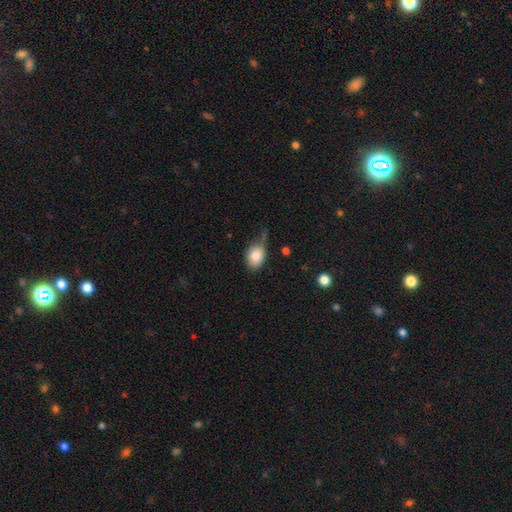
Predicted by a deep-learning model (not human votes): This is clearly a smooth galaxy (82%). How rounded: likely in between (72%). Merging: marginally none (41%).